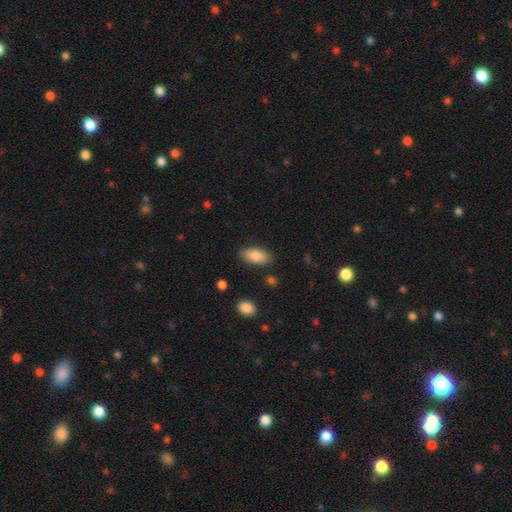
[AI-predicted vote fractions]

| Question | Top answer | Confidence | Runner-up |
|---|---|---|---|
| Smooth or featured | smooth | 84% | featured or disk (10%) |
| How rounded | in between | 91% | cigar-shaped (7%) |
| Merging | none | 85% | minor disturbance (10%) |